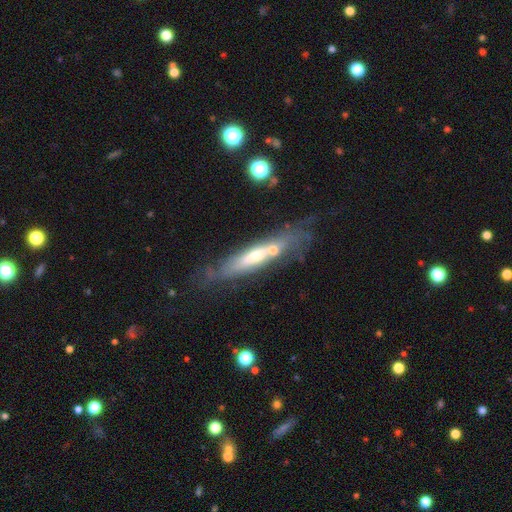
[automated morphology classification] Smooth or featured?
  - featured or disk: 64% *
  - smooth: 28%
  - star or artifact: 8%
Edge-on disk?
  - yes: 63% *
  - no: 37%
Merging?
  - none: 60% *
  - minor disturbance: 19%
  - merger: 12%
  - major disturbance: 9%